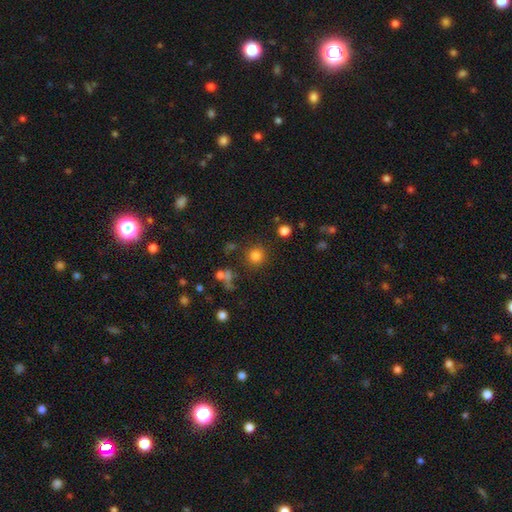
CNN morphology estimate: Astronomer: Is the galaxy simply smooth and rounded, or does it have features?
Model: smooth — 80%.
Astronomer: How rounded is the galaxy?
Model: round — 93%.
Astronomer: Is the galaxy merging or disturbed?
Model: none — 85%.